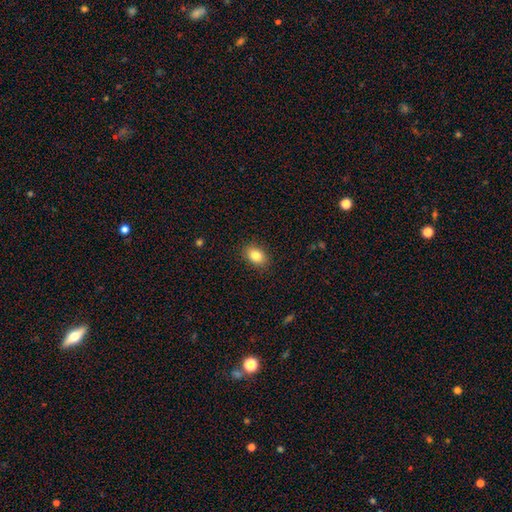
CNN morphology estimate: This appears to be a smooth galaxy with no disk features (84%) that is in between round and cigar-shaped (80%). Merging: none (89%).